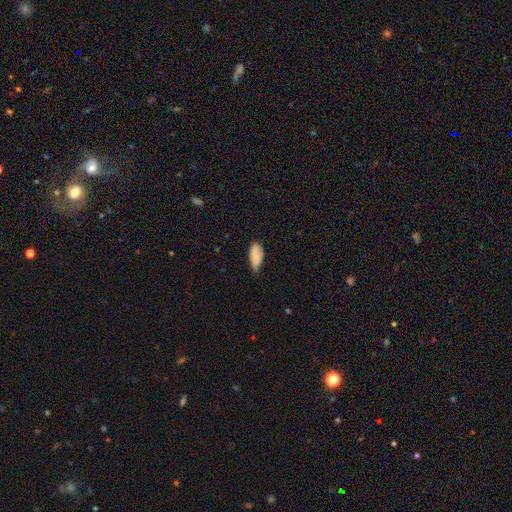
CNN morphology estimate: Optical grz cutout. It shows a smooth galaxy with no disk features (81%) that is in between round and cigar-shaped (91%). Merging: none (47%).